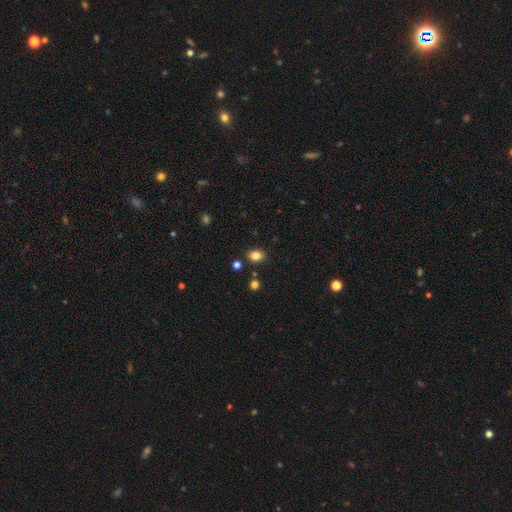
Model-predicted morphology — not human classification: Smooth or featured: smooth — 83% (star or artifact — 12%)
How rounded: in between — 66% (round — 33%)
Merging: none — 85% (minor disturbance — 9%)